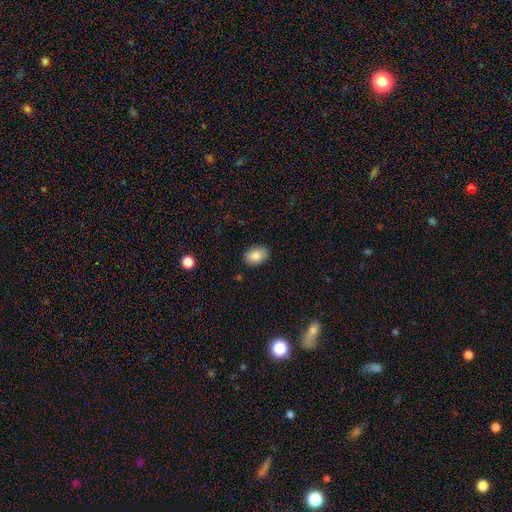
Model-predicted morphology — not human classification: Smooth or featured? Predicted: smooth (p=0.85). How rounded? Predicted: in between (p=0.81). Merging? Predicted: none (p=0.88).